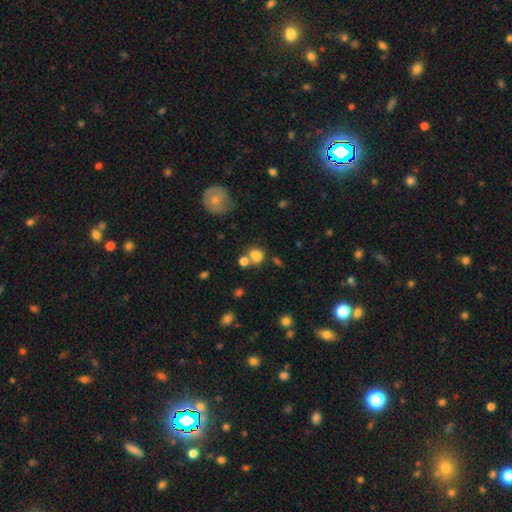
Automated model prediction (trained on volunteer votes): Smooth or featured: smooth — 73% (star or artifact — 14%)
How rounded: round — 50% (in between — 48%)
Merging: merger — 43% (none — 36%)